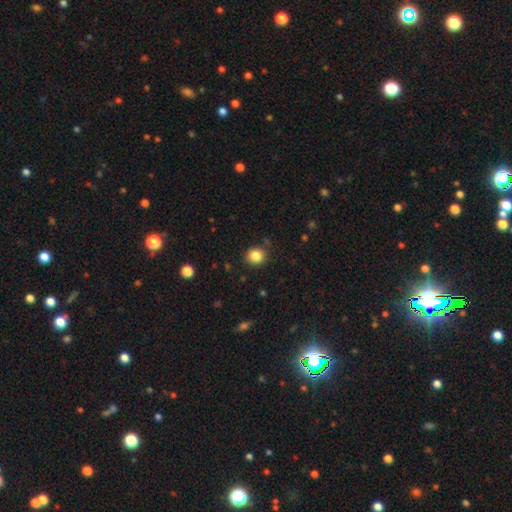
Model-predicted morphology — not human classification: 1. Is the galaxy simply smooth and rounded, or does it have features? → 84% smooth, 11% star or artifact, 5% featured or disk.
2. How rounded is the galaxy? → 84% round, 16% in between, 1% cigar-shaped.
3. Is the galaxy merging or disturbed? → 87% none, 9% minor disturbance, 2% major disturbance, 2% merger.